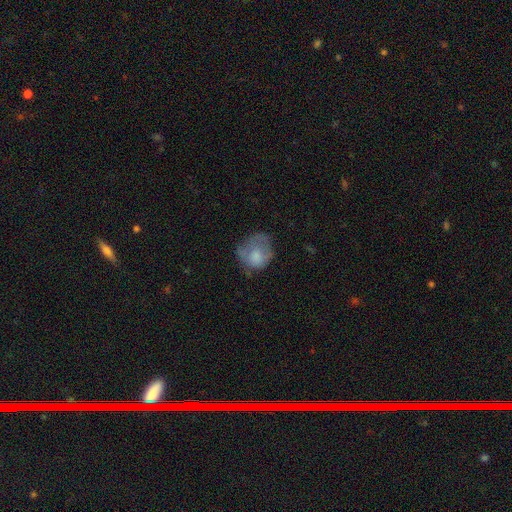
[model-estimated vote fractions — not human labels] Q: Smooth or featured?
A: smooth (67%); runner-up: featured or disk (24%)
Q: How rounded?
A: round (70%); runner-up: in between (30%)
Q: Merging?
A: none (40%); runner-up: minor disturbance (29%)